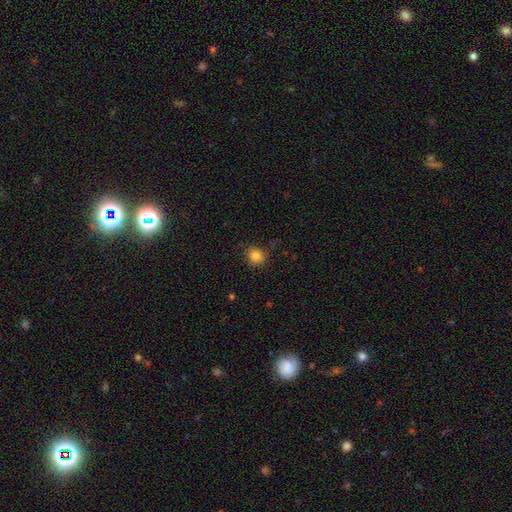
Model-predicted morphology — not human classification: Overall: smooth (84%). How rounded: round (81%). Merging: none (83%).